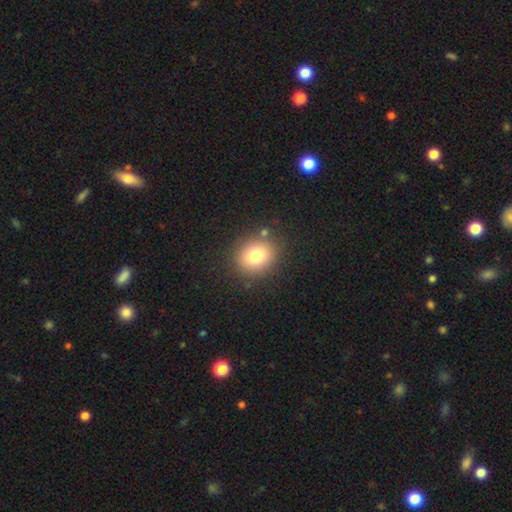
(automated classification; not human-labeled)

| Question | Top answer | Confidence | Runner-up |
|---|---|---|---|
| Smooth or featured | smooth | 77% | star or artifact (12%) |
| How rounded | round | 74% | in between (25%) |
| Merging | none | 84% | minor disturbance (9%) |